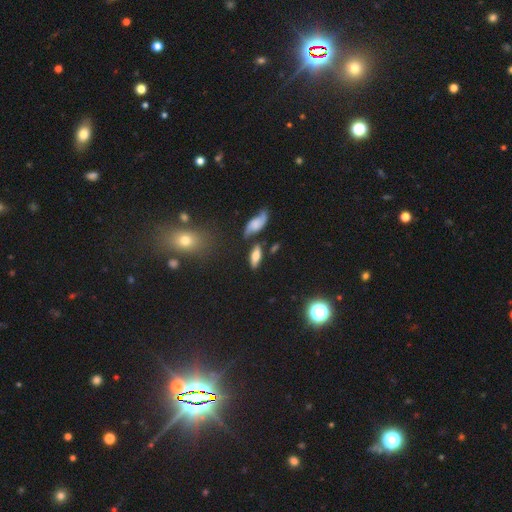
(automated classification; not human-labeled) smooth-or-featured: smooth: 60% | featured or disk: 29% | star or artifact: 10%
  how-rounded: in between: 73% | cigar-shaped: 22% | round: 5%
  merging: none: 72% | minor disturbance: 15% | merger: 8% | major disturbance: 5%